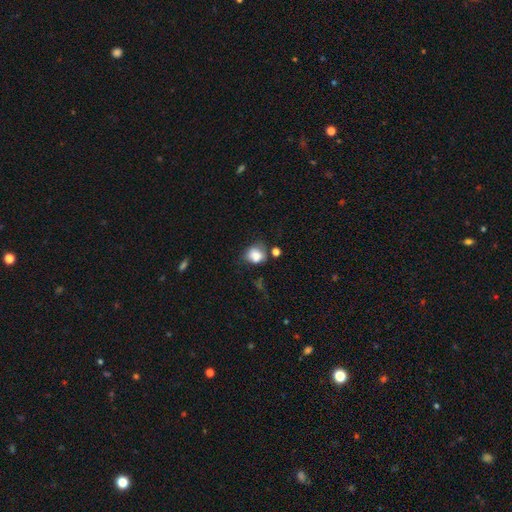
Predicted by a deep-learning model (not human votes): Morphology: type=smooth (79%); roundness=round (62%); merging=none (46%).